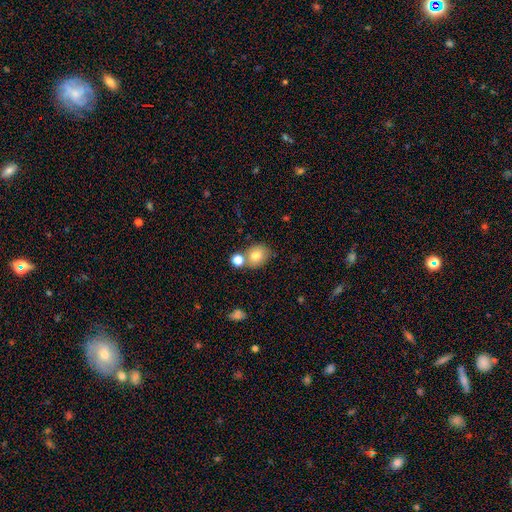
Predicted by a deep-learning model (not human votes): Smooth or featured: smooth — 77% (featured or disk — 12%)
How rounded: round — 62% (in between — 37%)
Merging: none — 63% (merger — 23%)